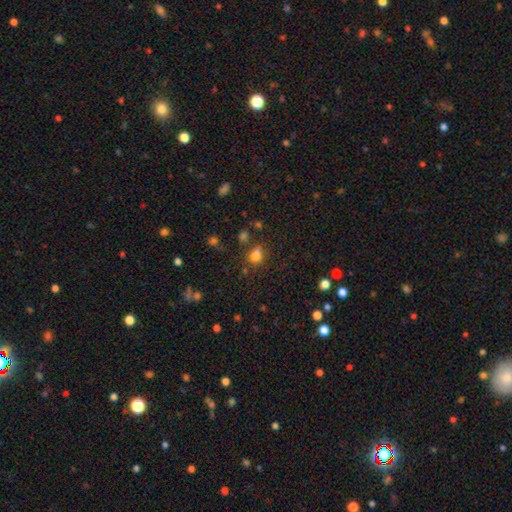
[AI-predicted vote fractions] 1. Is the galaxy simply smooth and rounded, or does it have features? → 78% smooth, 16% star or artifact, 6% featured or disk.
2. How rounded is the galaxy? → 65% in between, 33% round, 2% cigar-shaped.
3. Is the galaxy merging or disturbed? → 65% none, 18% minor disturbance, 10% merger, 7% major disturbance.